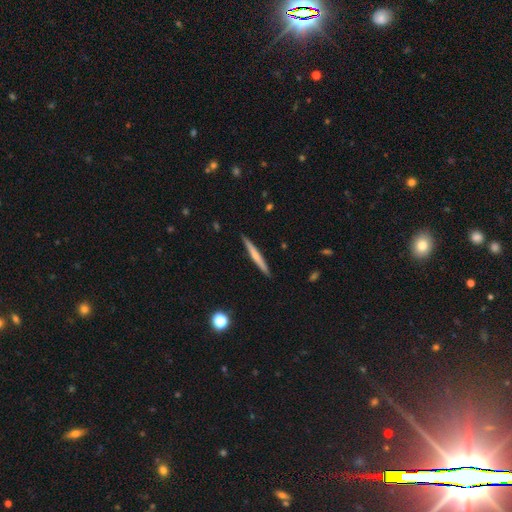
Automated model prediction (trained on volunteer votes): A smooth galaxy with no disk features (48%).

Vote fractions:
- Smooth or featured? smooth: 48% / featured or disk: 46% / star or artifact: 6%
- Merging? none: 90% / minor disturbance: 7% / major disturbance: 1% / merger: 1%